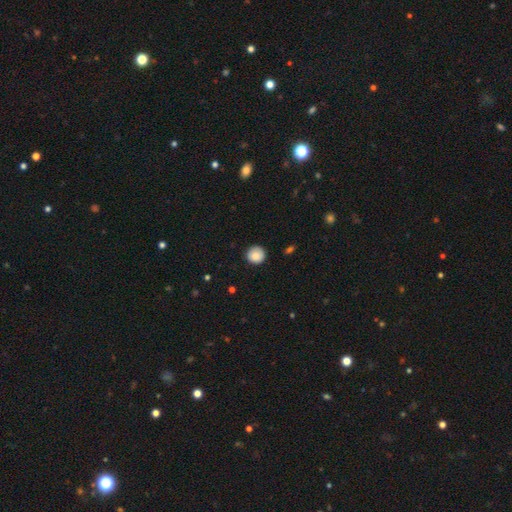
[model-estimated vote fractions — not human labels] smooth 84%, star or artifact 8%, featured or disk 8%. Down the decision tree: how rounded — round (94%); merging — none (89%).